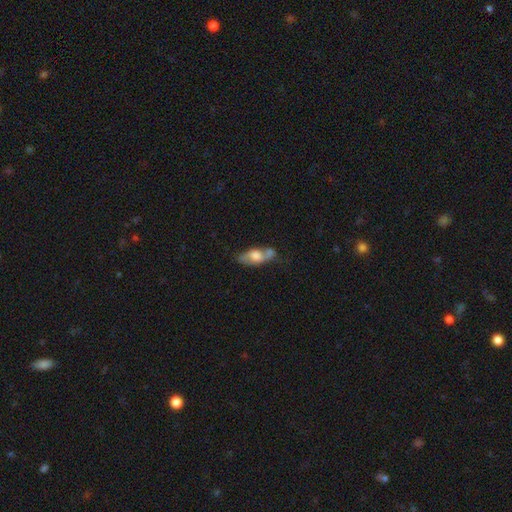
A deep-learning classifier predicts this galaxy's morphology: smooth-or-featured: smooth: 54% | featured or disk: 40% | star or artifact: 7%
  how-rounded: in between: 75% | cigar-shaped: 21% | round: 5%
  merging: none: 46% | minor disturbance: 25% | merger: 20% | major disturbance: 10%